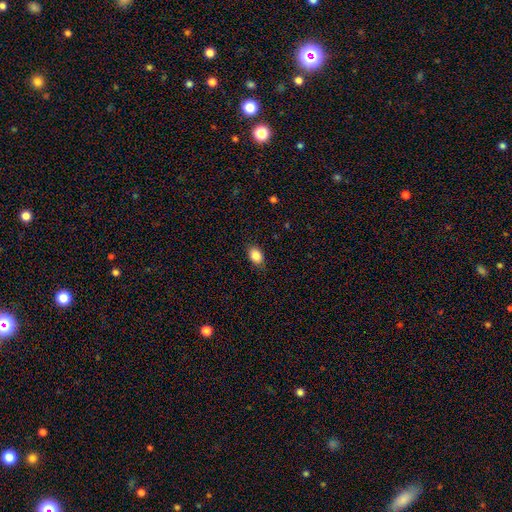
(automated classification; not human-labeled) This appears to be a smooth galaxy with no disk features (87%) that is in between round and cigar-shaped (80%). Merging: none (82%).